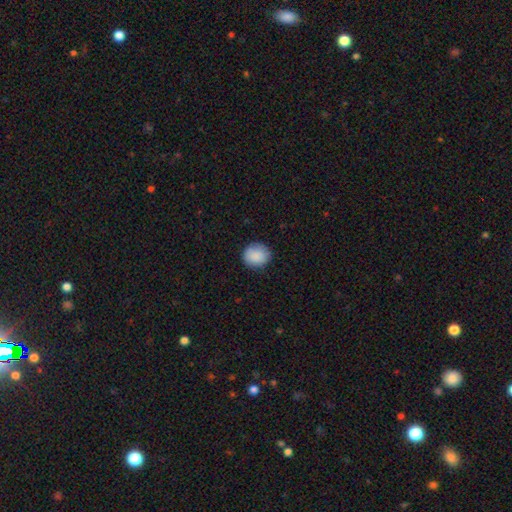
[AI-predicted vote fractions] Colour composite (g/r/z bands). It shows a smooth galaxy with no disk features (89%) that is round (80%). Merging: none (85%).